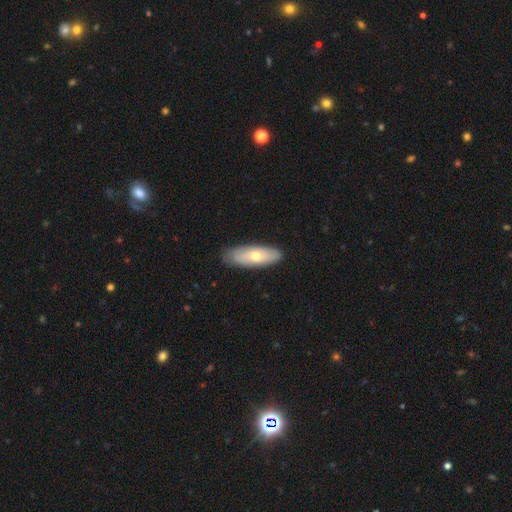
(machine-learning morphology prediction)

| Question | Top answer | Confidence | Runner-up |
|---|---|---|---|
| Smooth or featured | smooth | 54% | featured or disk (41%) |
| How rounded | in between | 69% | cigar-shaped (28%) |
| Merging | none | 84% | minor disturbance (13%) |